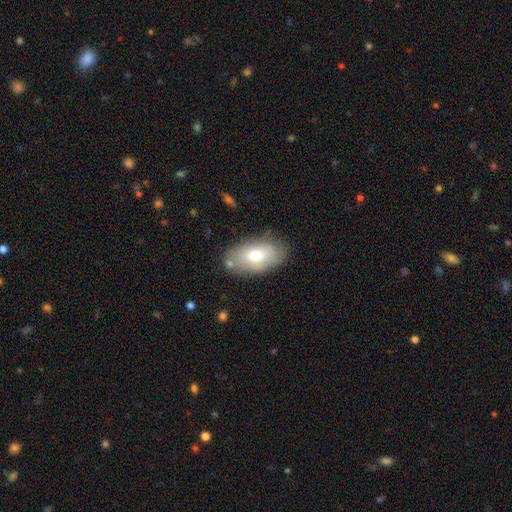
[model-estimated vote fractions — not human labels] The model was most divided on "smooth or featured": smooth: 72%, featured or disk: 21%, star or artifact: 7%. More confident: how rounded — in between (93%); merging — none (77%).